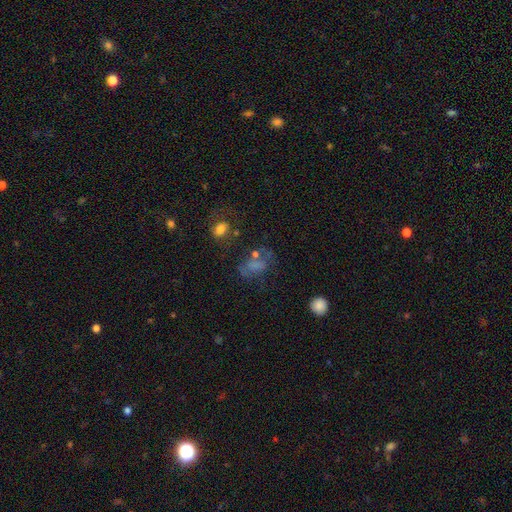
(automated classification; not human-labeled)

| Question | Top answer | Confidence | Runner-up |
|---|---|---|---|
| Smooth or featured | smooth | 42% | featured or disk (31%) |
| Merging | none | 45% | major disturbance (24%) |